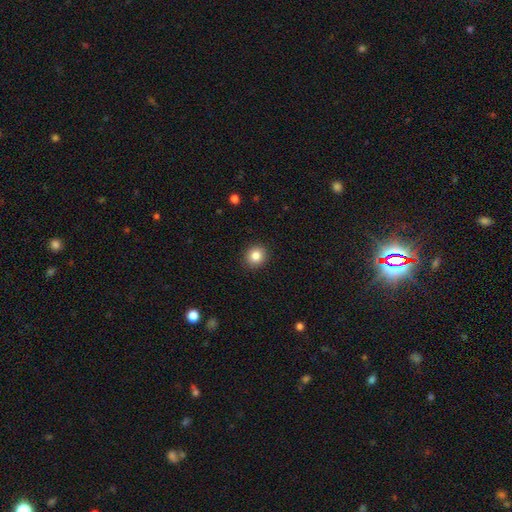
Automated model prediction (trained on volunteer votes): This appears to be a smooth galaxy with no disk features (84%) that is round (84%). Merging: none (91%).